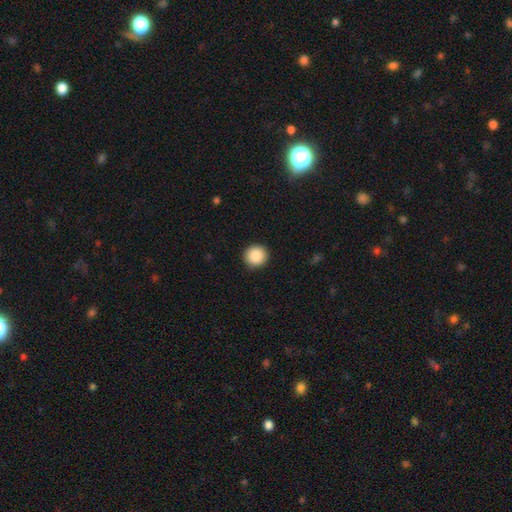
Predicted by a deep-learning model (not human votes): smooth_or_featured: smooth (p=0.88) [alt: star or artifact p=0.08]
how_rounded: round (p=0.94) [alt: in between p=0.05]
merging: none (p=0.92) [alt: minor disturbance p=0.05]